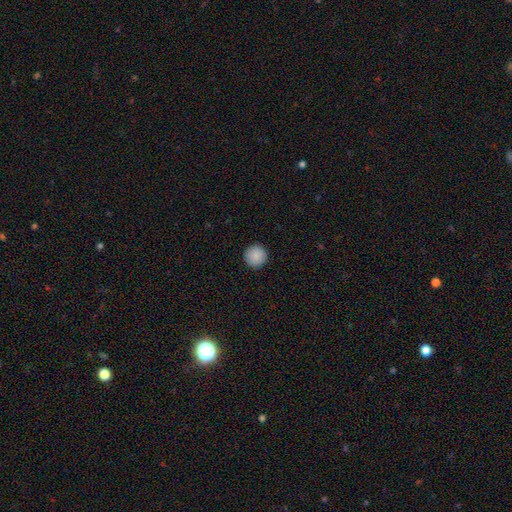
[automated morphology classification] Smooth or featured: smooth — 89% (star or artifact — 8%)
How rounded: round — 96% (in between — 3%)
Merging: none — 93% (minor disturbance — 5%)